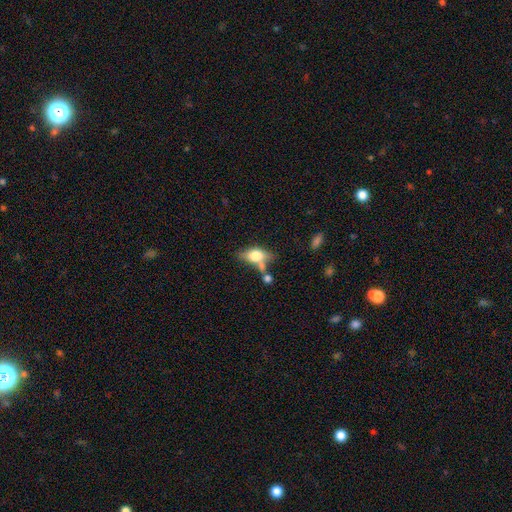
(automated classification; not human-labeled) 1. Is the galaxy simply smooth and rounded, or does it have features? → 66% smooth, 26% featured or disk, 8% star or artifact.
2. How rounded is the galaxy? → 81% in between, 10% cigar-shaped, 9% round.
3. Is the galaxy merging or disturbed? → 44% none, 25% merger, 21% minor disturbance, 11% major disturbance.